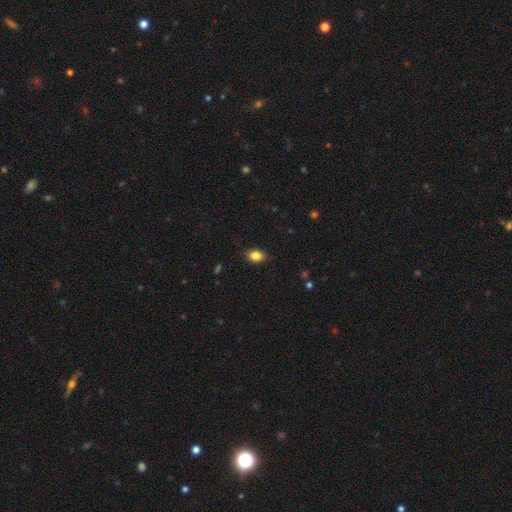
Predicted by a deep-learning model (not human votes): The model was most divided on "how rounded": in between: 67%, round: 32%, cigar-shaped: 1%. More confident: merging — none (87%); smooth or featured — smooth (85%).